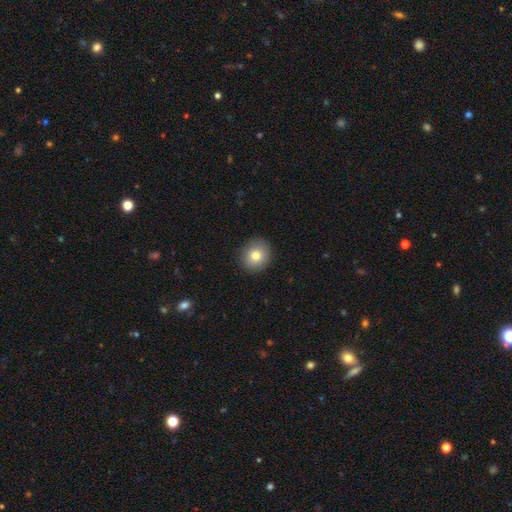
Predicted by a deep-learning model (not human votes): Overall: smooth (79%). How rounded: round (85%). Merging: none (90%).